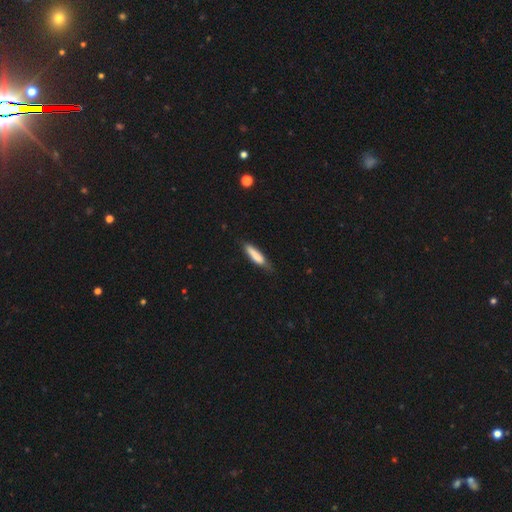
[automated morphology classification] Smooth or featured?
  - smooth: 80% *
  - featured or disk: 14%
  - star or artifact: 6%
How rounded?
  - cigar-shaped: 76% *
  - in between: 22%
  - round: 1%
Merging?
  - none: 65% *
  - minor disturbance: 28%
  - major disturbance: 5%
  - merger: 2%